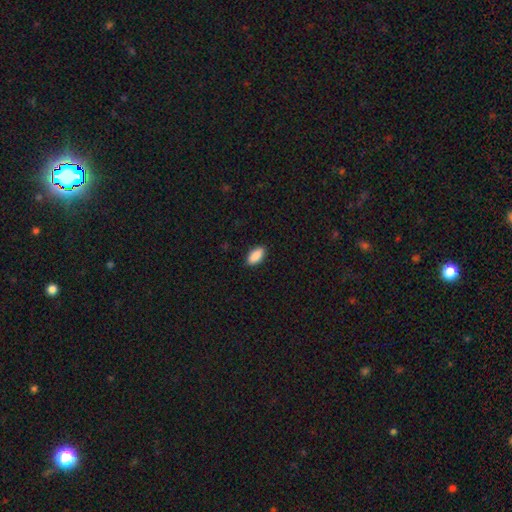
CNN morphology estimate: smooth_or_featured: smooth (p=0.89) [alt: star or artifact p=0.06]
how_rounded: in between (p=0.89) [alt: cigar-shaped p=0.09]
merging: none (p=0.89) [alt: minor disturbance p=0.08]